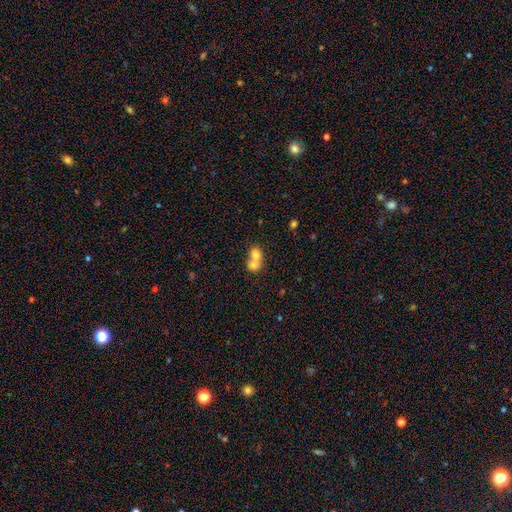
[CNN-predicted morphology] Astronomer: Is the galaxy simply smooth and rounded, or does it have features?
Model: smooth — 72%.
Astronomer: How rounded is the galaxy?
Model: round — 59% (runner-up: in between, 39%).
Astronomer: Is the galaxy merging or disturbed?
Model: merger — 75%.